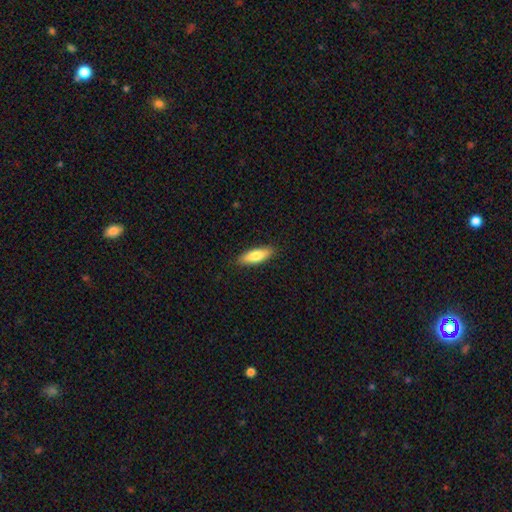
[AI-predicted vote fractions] smooth 79%, featured or disk 15%, star or artifact 6%. Down the decision tree: how rounded — in between (54%); merging — none (88%).